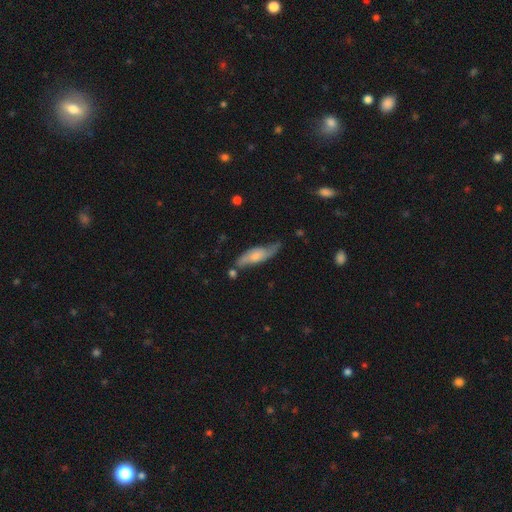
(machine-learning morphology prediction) Smooth or featured: smooth — 47% (tied with featured or disk — 47%)
Merging: none — 54% (minor disturbance — 30%)